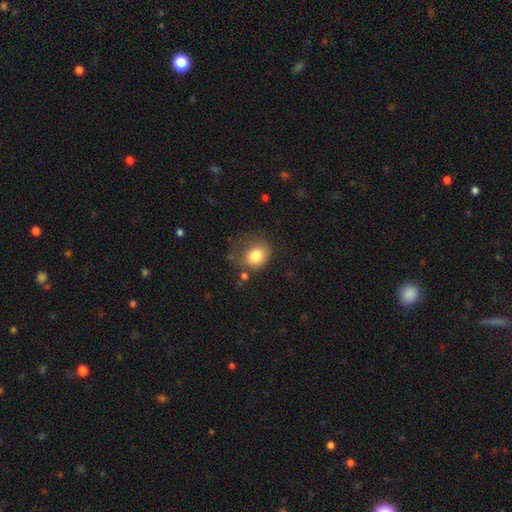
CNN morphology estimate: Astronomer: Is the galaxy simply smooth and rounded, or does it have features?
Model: smooth — 80%.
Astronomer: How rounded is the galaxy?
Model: round — 69%.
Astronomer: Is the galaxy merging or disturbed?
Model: none — 51%.